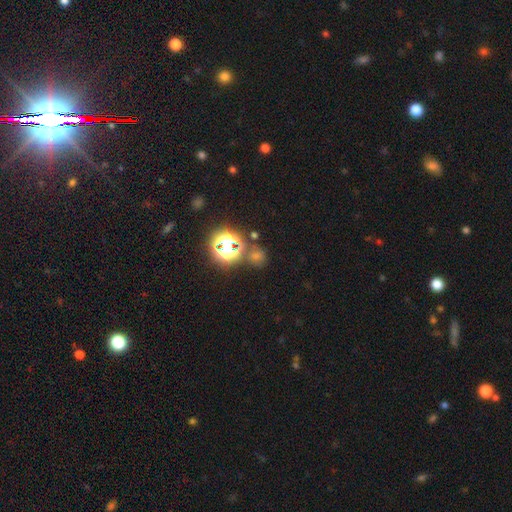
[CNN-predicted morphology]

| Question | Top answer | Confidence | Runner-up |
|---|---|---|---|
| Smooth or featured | star or artifact | 51% | smooth (41%) |